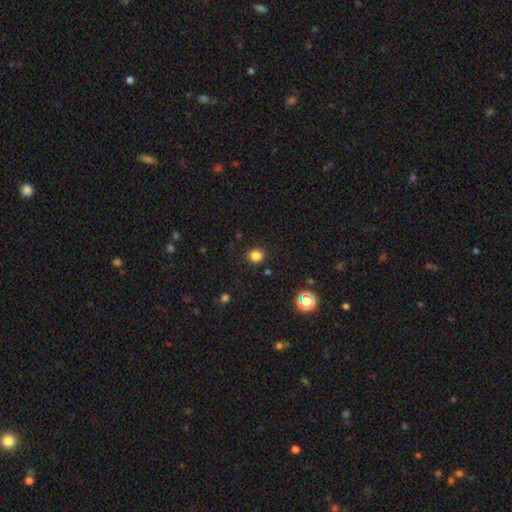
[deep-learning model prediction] Smooth or featured? Predicted: smooth (p=0.83). How rounded? Predicted: round (p=0.87). Merging? Predicted: none (p=0.89).